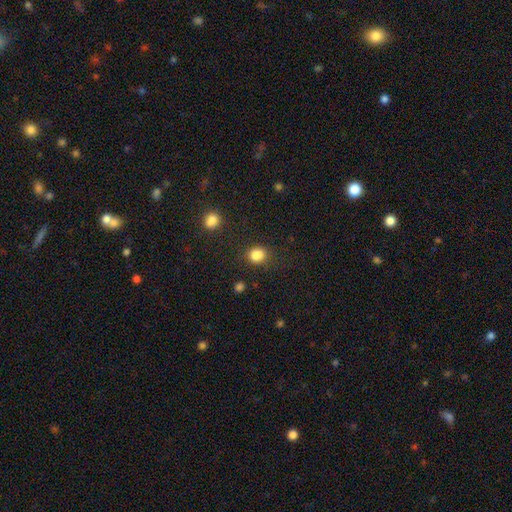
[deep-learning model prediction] smooth 84%, star or artifact 12%, featured or disk 4%. Down the decision tree: how rounded — round (62%); merging — none (74%).